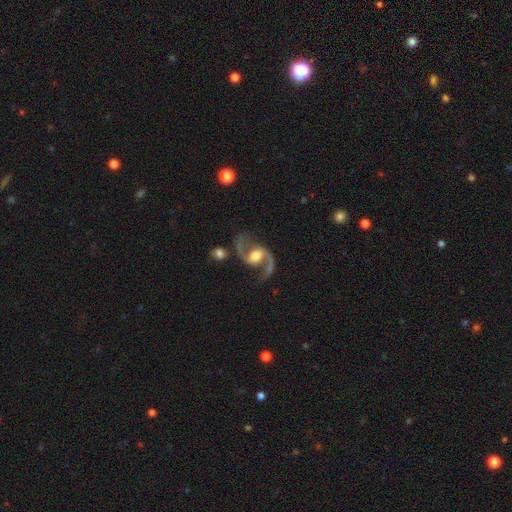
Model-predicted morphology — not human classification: smooth-or-featured: featured or disk: 92% | star or artifact: 4% | smooth: 4%
  disk-edge-on: no: 98% | yes: 2%
    bar: weak: 42% | no: 38% | strong: 21%
    has-spiral-arms: yes: 98% | no: 2%
      spiral-winding: loose: 52% | medium: 42% | tight: 6%
      spiral-arm-count: 2: 94% | 1: 1% | can't tell: 1% | 3: 1% | 4: 1% | more than 4: 1%
    bulge-size: moderate: 60% | large: 24% | small: 12% | none: 2% | dominant: 2%
  merging: none: 76% | minor disturbance: 13% | major disturbance: 7% | merger: 4%